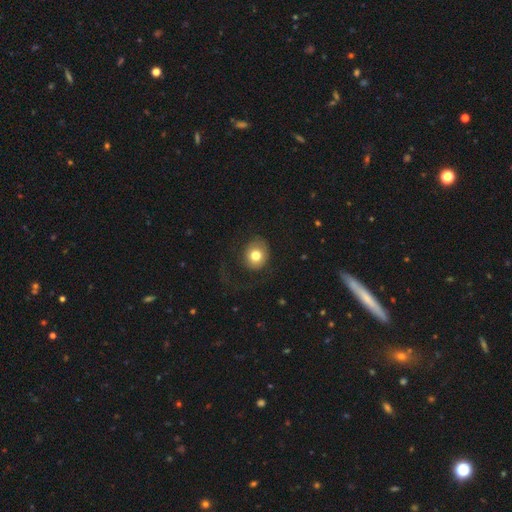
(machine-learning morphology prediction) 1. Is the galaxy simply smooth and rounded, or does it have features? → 76% smooth, 15% featured or disk, 9% star or artifact.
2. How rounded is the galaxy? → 73% round, 26% in between, 1% cigar-shaped.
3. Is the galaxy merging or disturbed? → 62% none, 21% major disturbance, 16% minor disturbance, 1% merger.